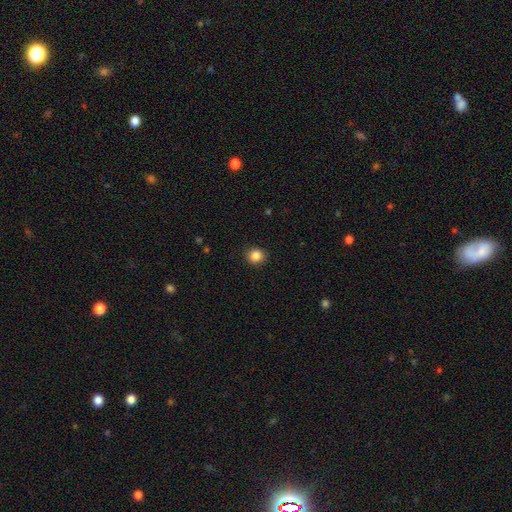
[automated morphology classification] smooth-or-featured: smooth: 86% | star or artifact: 10% | featured or disk: 4%
  how-rounded: round: 87% | in between: 12% | cigar-shaped: 1%
  merging: none: 90% | minor disturbance: 7% | major disturbance: 2% | merger: 1%